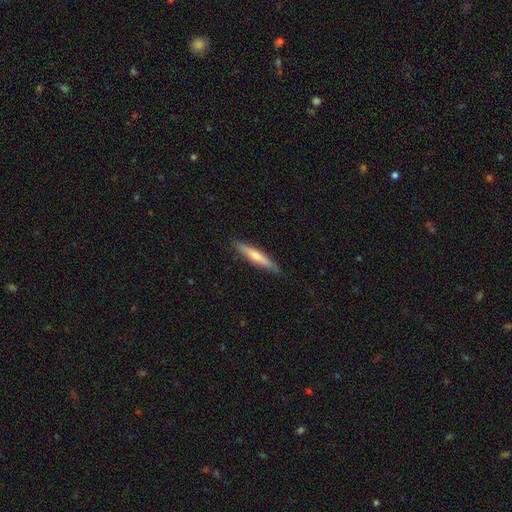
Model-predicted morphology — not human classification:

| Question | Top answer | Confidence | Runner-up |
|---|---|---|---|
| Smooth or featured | smooth | 52% | featured or disk (42%) |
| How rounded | cigar-shaped | 91% | in between (7%) |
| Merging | none | 90% | minor disturbance (8%) |